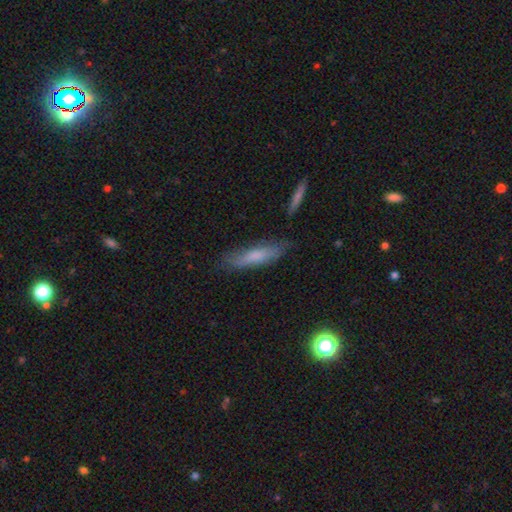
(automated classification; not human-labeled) Morphology: type=smooth (69%); roundness=cigar-shaped (76%); merging=none (75%).